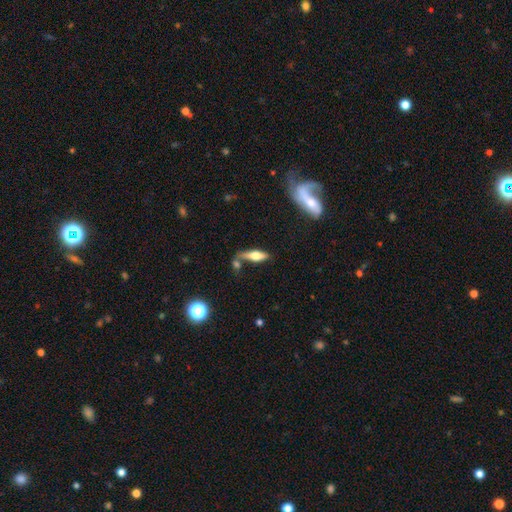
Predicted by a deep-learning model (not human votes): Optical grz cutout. It shows a smooth galaxy with no disk features (53%) that is in between round and cigar-shaped (50%). Merging: none (53%).